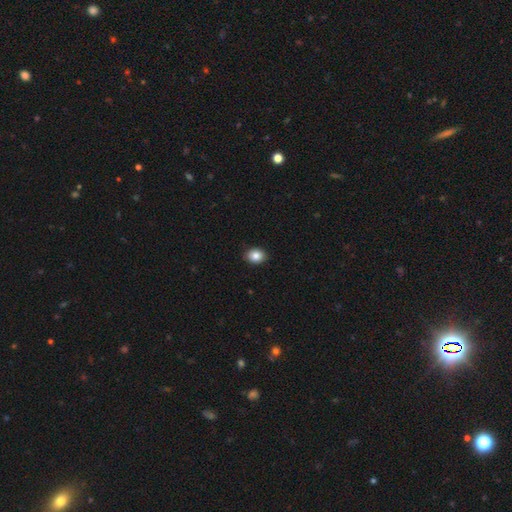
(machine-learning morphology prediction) smooth-or-featured: smooth: 85% | star or artifact: 9% | featured or disk: 6%
  how-rounded: in between: 57% | round: 42% | cigar-shaped: 1%
  merging: none: 90% | minor disturbance: 8% | major disturbance: 2% | merger: 1%